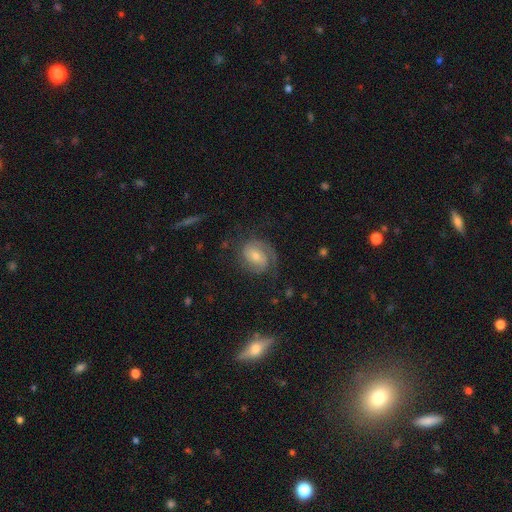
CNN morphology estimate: Smooth or featured?
  - featured or disk: 79% *
  - smooth: 13%
  - star or artifact: 7%
Edge-on disk?
  - no: 97% *
  - yes: 3%
Bar?
  - no: 48% *
  - weak: 40%
  - strong: 12%
Spiral arms?
  - yes: 95% *
  - no: 5%
Spiral winding?
  - tight: 50% *
  - medium: 37%
  - loose: 12%
Spiral arm count?
  - 2: 64% *
  - 1: 17%
  - can't tell: 11%
  - 3: 5%
  - 4: 2%
  - more than 4: 2%
Bulge size?
  - moderate: 47% *
  - small: 46%
  - large: 3%
  - none: 2%
  - dominant: 1%
Merging?
  - none: 71% *
  - minor disturbance: 17%
  - major disturbance: 11%
  - merger: 2%